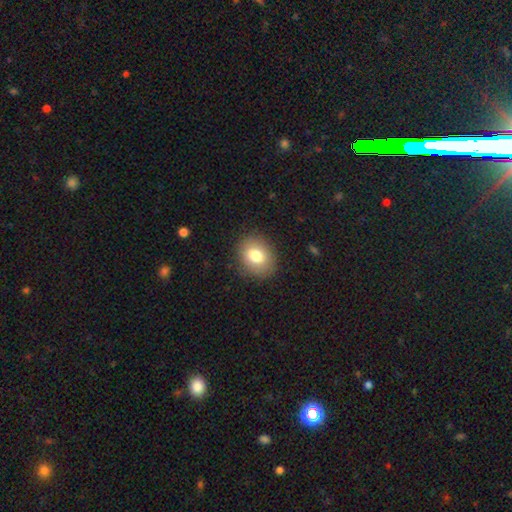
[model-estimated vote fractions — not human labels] smooth-or-featured: smooth: 79% | featured or disk: 12% | star or artifact: 10%
  how-rounded: round: 53% | in between: 46% | cigar-shaped: 1%
  merging: none: 87% | minor disturbance: 9% | major disturbance: 3% | merger: 1%